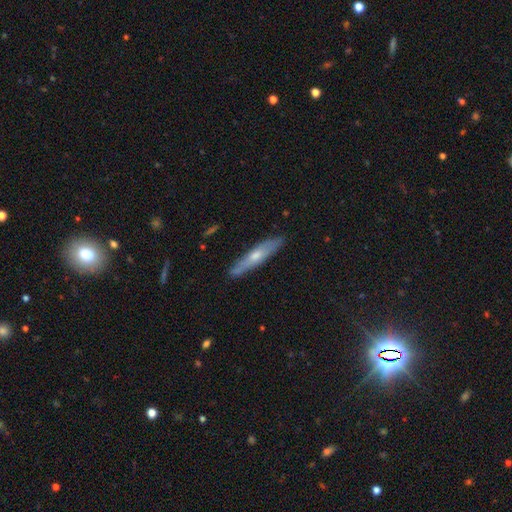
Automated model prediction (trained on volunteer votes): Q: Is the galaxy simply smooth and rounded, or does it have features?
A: featured or disk — 52%.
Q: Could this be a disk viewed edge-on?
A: yes — 82%.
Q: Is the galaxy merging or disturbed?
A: none — 86%.